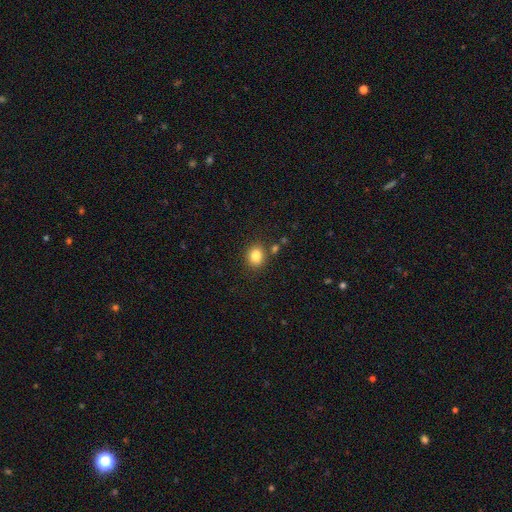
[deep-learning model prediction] smooth-or-featured: smooth: 84% | star or artifact: 10% | featured or disk: 6%
  how-rounded: round: 61% | in between: 38% | cigar-shaped: 1%
  merging: none: 82% | minor disturbance: 9% | merger: 6% | major disturbance: 3%